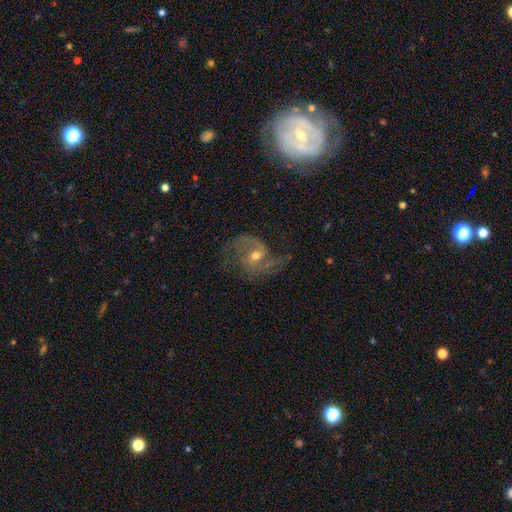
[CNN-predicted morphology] This is clearly a featured or disk galaxy (85%). It is clearly not viewed edge-on (97%). Bar: marginally weak (44%). Spiral arm pattern: clearly yes (96%). Spiral arm count: likely 2 (79%). Spiral winding: possibly medium (48%). Central bulge: possibly moderate (54%). Merging: likely none (64%).